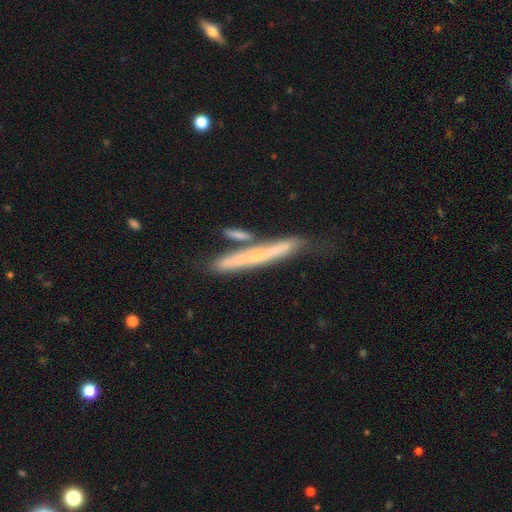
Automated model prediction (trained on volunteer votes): smooth-or-featured: featured or disk: 48% | smooth: 45% | star or artifact: 7%
  merging: none: 56% | minor disturbance: 19% | merger: 18% | major disturbance: 7%